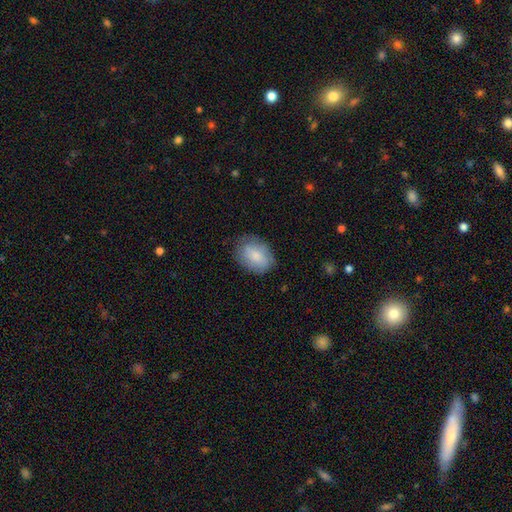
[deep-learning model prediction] A smooth galaxy with no disk features (75%) that is in between round and cigar-shaped (74%). Merging: none (75%).